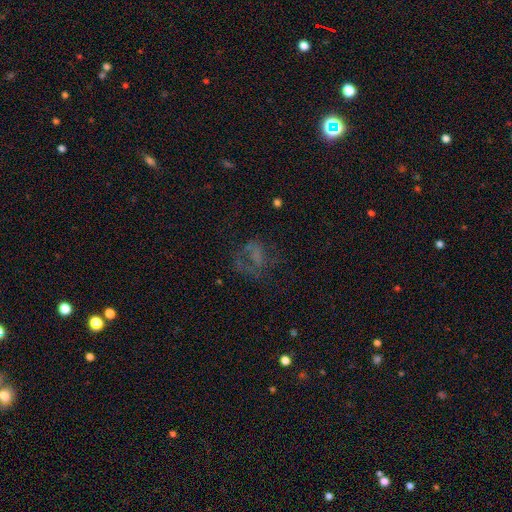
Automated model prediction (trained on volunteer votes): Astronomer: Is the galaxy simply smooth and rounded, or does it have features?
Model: featured or disk — 41% (runner-up: smooth, 31%).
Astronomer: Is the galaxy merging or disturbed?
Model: none — 43% (runner-up: major disturbance, 36%).